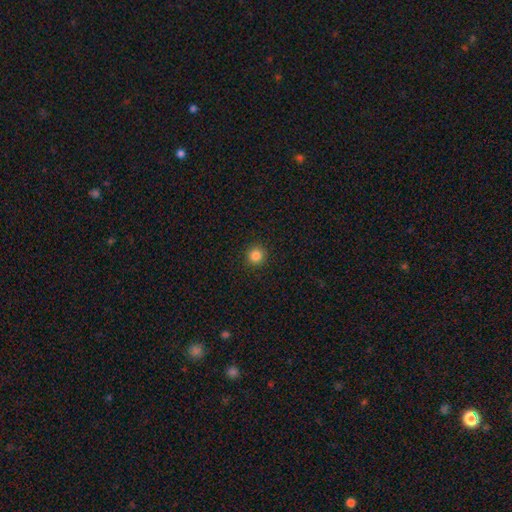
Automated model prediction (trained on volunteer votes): This is clearly a smooth galaxy (85%). How rounded: clearly round (94%). Merging: clearly none (93%).